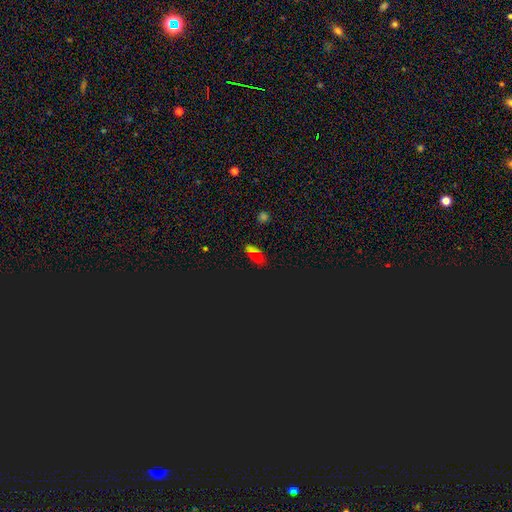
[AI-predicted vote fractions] Smooth or featured: star or artifact — 55% (smooth — 37%)